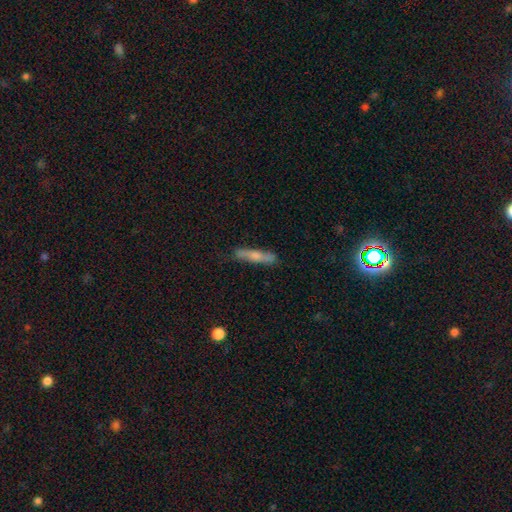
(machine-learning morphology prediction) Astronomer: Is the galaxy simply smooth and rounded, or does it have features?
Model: smooth — 59% (runner-up: featured or disk, 34%).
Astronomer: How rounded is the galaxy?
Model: cigar-shaped — 89%.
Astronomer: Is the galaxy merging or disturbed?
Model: none — 77%.